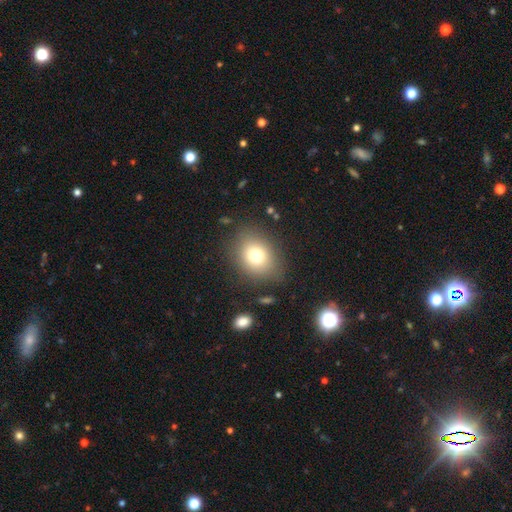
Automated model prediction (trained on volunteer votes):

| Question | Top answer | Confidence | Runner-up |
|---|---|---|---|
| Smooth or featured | smooth | 75% | featured or disk (13%) |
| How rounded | round | 51% | in between (48%) |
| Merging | none | 81% | minor disturbance (12%) |